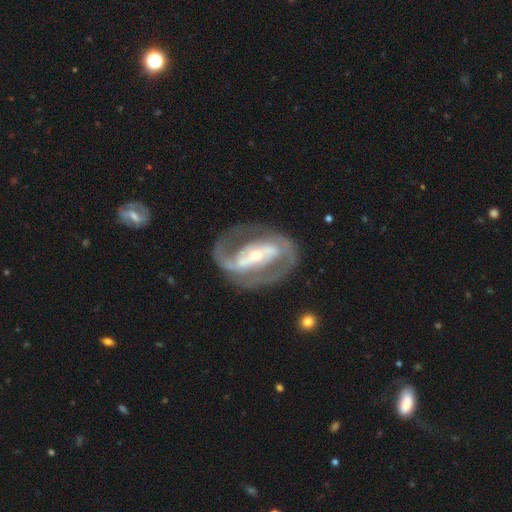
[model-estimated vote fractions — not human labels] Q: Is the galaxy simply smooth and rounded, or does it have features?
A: featured or disk — 88%.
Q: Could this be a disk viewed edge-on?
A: no — 95%.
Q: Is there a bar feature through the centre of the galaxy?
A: strong — 63%.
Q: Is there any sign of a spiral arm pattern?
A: yes — 88%.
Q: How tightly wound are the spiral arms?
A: medium — 48%.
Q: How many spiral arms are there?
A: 2 — 85%.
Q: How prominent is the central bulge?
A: small — 56%.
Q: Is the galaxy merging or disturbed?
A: none — 74%.